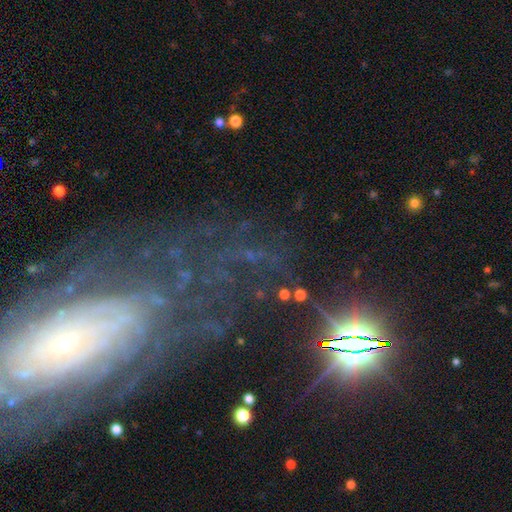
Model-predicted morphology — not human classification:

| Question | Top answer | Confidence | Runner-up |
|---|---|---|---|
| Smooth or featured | featured or disk | 67% | star or artifact (22%) |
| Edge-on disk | no | 91% | yes (9%) |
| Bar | no | 68% | weak (21%) |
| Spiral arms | yes | 85% | no (15%) |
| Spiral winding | tight | 71% | medium (20%) |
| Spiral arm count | can't tell | 49% | more than 4 (13%) |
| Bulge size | small | 74% | moderate (15%) |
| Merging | none | 64% | major disturbance (17%) |